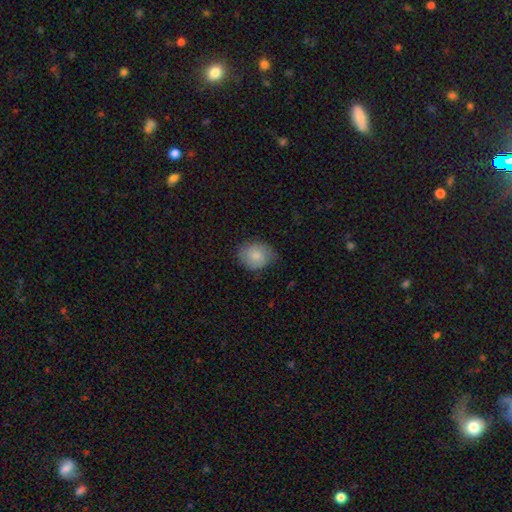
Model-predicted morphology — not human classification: smooth_or_featured: smooth (p=0.79) [alt: featured or disk p=0.14]
how_rounded: round (p=0.59) [alt: in between p=0.40]
merging: none (p=0.72) [alt: minor disturbance p=0.22]